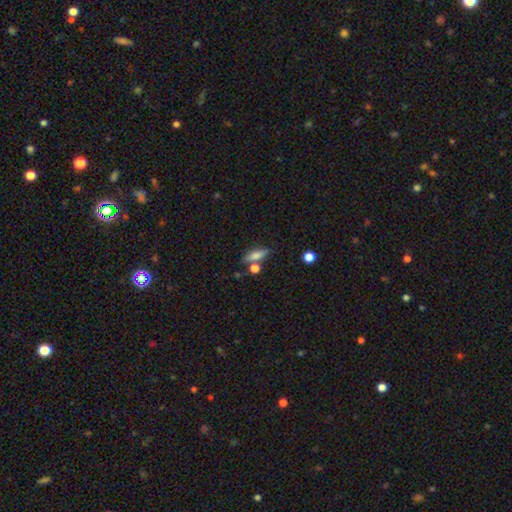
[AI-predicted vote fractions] Q: Smooth or featured?
A: smooth (65%); runner-up: featured or disk (26%)
Q: How rounded?
A: cigar-shaped (51%); runner-up: in between (43%)
Q: Merging?
A: none (65%); runner-up: merger (16%)